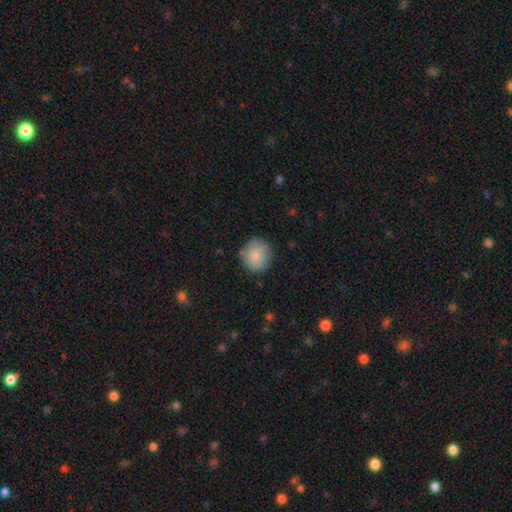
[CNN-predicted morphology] Q: Smooth or featured?
A: smooth (83%); runner-up: featured or disk (10%)
Q: How rounded?
A: round (90%); runner-up: in between (9%)
Q: Merging?
A: none (81%); runner-up: minor disturbance (14%)